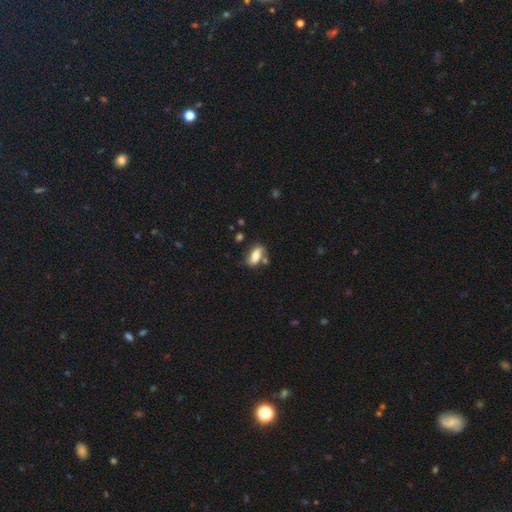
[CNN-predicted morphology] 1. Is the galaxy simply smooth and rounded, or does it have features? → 73% smooth, 19% featured or disk, 8% star or artifact.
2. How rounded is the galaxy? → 86% in between, 8% cigar-shaped, 6% round.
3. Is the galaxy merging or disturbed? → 59% none, 20% minor disturbance, 14% merger, 6% major disturbance.